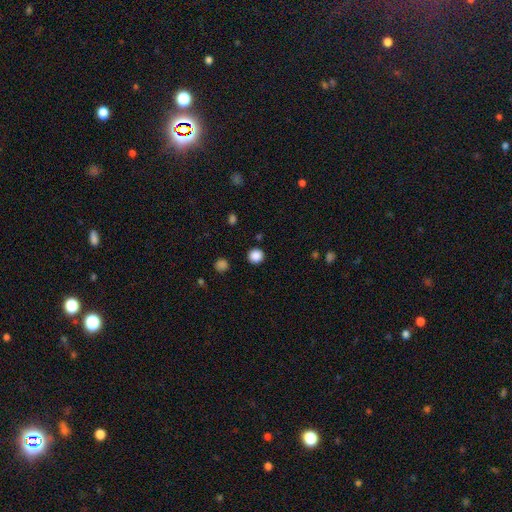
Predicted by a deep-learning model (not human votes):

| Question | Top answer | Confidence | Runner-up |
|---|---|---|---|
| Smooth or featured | smooth | 86% | star or artifact (11%) |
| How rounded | round | 94% | in between (5%) |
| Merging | none | 91% | minor disturbance (5%) |